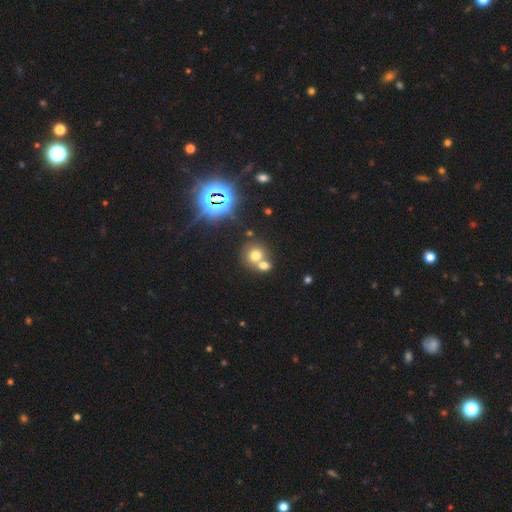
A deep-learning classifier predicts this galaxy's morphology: The model was most divided on "merging": merger: 53%, none: 38%, minor disturbance: 6%, major disturbance: 3%. More confident: how rounded — round (80%); smooth or featured — smooth (65%).